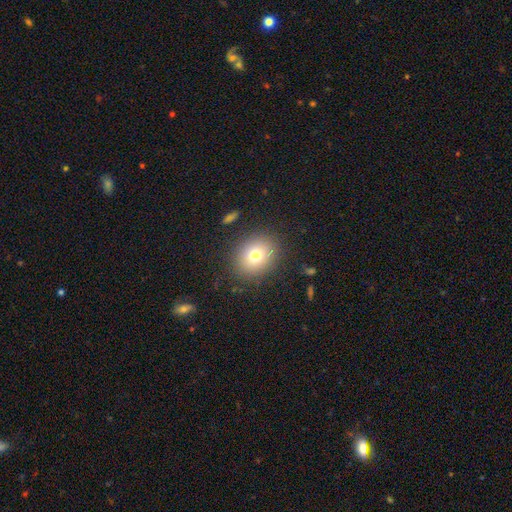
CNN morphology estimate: Q: Smooth or featured?
A: smooth (76%); runner-up: star or artifact (12%)
Q: How rounded?
A: round (63%); runner-up: in between (36%)
Q: Merging?
A: none (86%); runner-up: minor disturbance (8%)